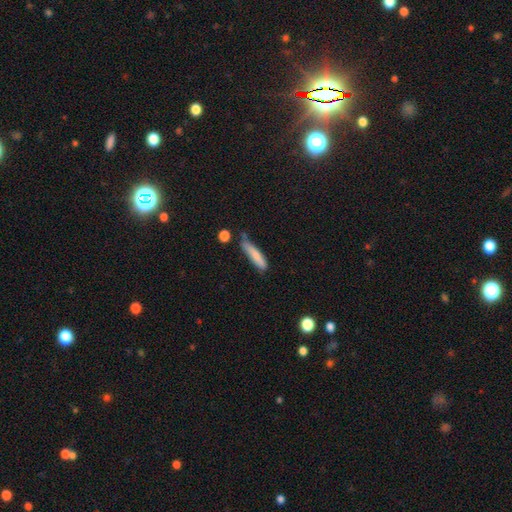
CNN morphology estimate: A smooth galaxy with no disk features (77%) that is cigar-shaped (83%).

Vote fractions:
- Smooth or featured? smooth: 77% / featured or disk: 16% / star or artifact: 7%
- How rounded? cigar-shaped: 83% / in between: 15% / round: 2%
- Merging? none: 52% / minor disturbance: 31% / merger: 9% / major disturbance: 8%